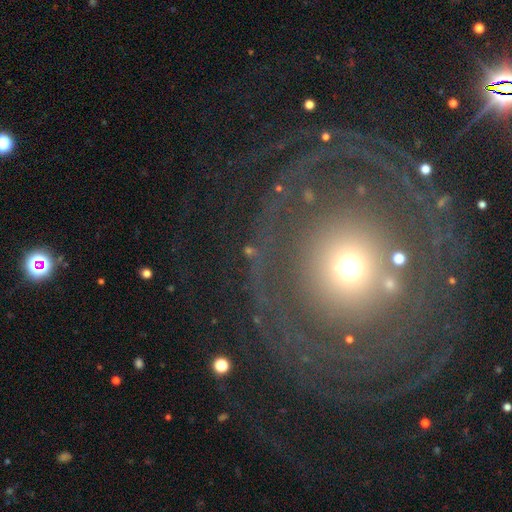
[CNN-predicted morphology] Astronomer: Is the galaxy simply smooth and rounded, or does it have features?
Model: featured or disk — 54%.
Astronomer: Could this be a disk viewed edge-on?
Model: no — 94%.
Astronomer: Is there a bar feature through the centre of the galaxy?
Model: no — 85%.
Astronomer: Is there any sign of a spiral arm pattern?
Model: yes — 54% (runner-up: no, 46%).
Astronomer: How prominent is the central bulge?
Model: moderate — 54% (runner-up: small, 30%).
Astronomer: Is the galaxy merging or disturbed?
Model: none — 70%.